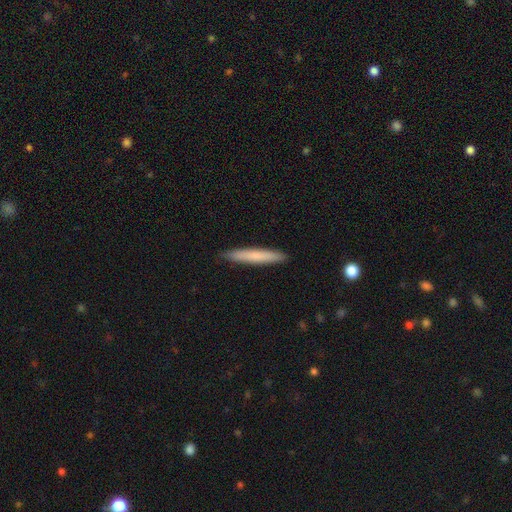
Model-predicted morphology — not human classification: smooth 73%, featured or disk 22%, star or artifact 5%. Down the decision tree: how rounded — cigar-shaped (95%); merging — none (91%).